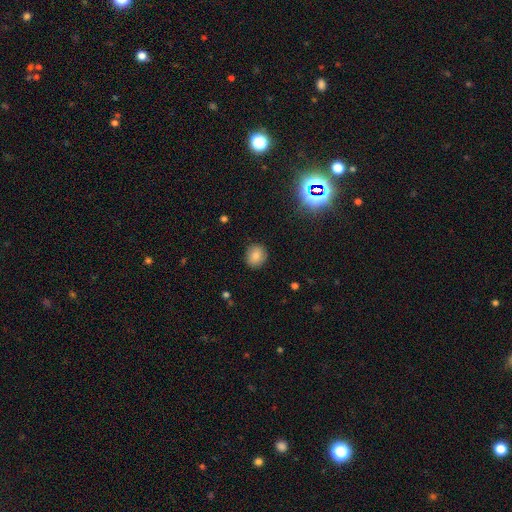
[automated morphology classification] This is likely a smooth galaxy (79%). How rounded: likely round (79%). Merging: clearly none (88%).